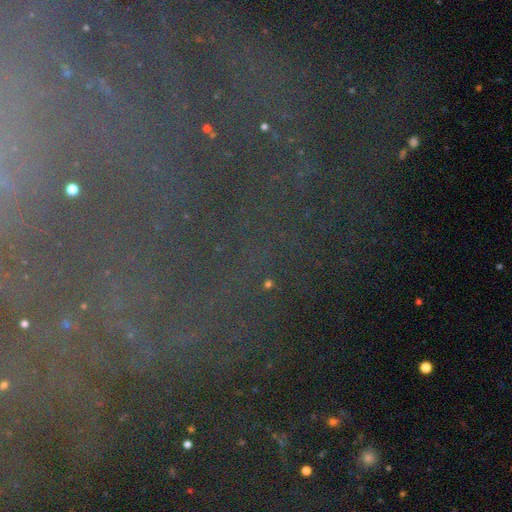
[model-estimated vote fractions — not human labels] A star or artifact, not a galaxy (69%).